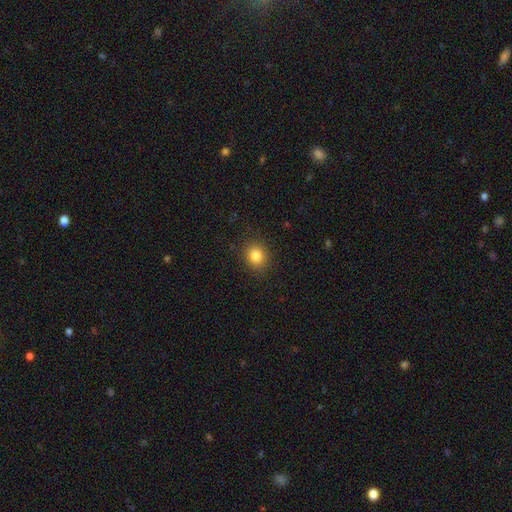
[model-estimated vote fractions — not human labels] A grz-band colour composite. It shows a smooth galaxy with no disk features (83%) that is round (71%). Merging: none (89%).